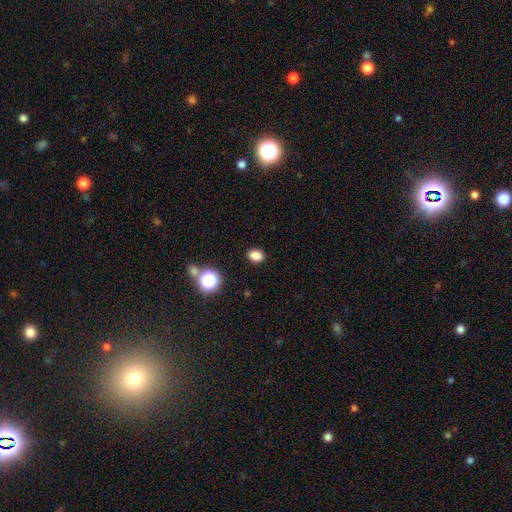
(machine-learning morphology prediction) smooth-or-featured: smooth: 84% | star or artifact: 13% | featured or disk: 4%
  how-rounded: in between: 65% | round: 34% | cigar-shaped: 1%
  merging: none: 89% | minor disturbance: 7% | major disturbance: 2% | merger: 2%